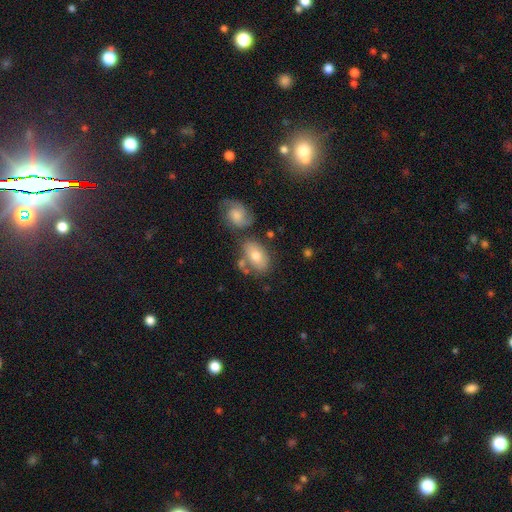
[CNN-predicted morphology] smooth-or-featured: smooth: 67% | featured or disk: 26% | star or artifact: 7%
  how-rounded: in between: 88% | round: 10% | cigar-shaped: 2%
  merging: none: 53% | merger: 21% | minor disturbance: 18% | major disturbance: 7%